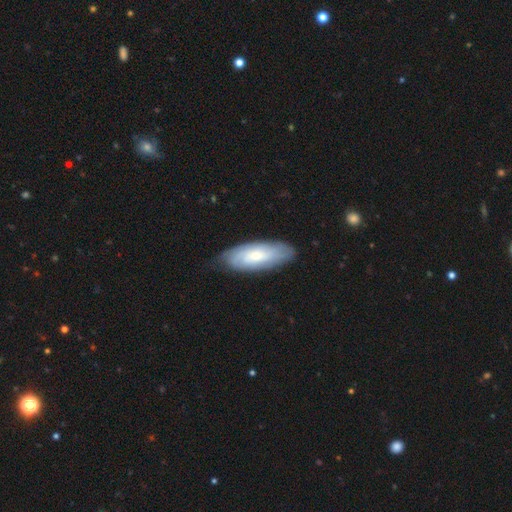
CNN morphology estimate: A featured or disk galaxy (48%).

Vote fractions:
- Smooth or featured? featured or disk: 48% / smooth: 46% / star or artifact: 6%
- Merging? none: 76% / minor disturbance: 19% / major disturbance: 4% / merger: 1%